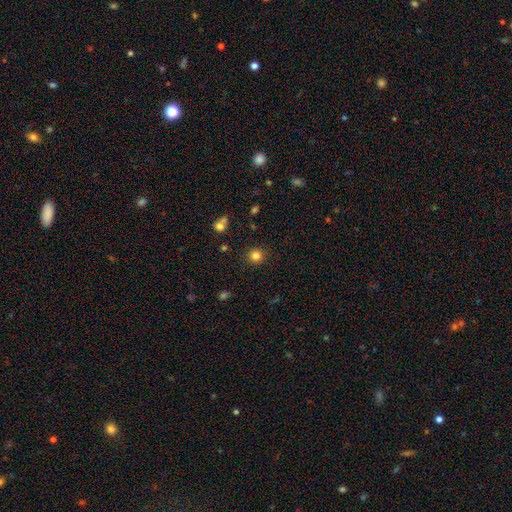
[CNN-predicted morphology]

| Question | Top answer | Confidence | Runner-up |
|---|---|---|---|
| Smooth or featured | smooth | 82% | star or artifact (13%) |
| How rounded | round | 92% | in between (7%) |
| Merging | none | 90% | minor disturbance (6%) |